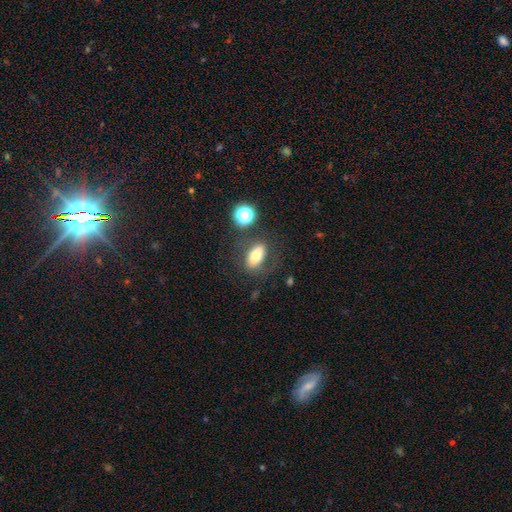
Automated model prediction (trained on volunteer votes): A smooth galaxy with no disk features (66%) that is in between round and cigar-shaped (80%).

Vote fractions:
- Smooth or featured? smooth: 66% / featured or disk: 23% / star or artifact: 11%
- How rounded? in between: 80% / round: 11% / cigar-shaped: 9%
- Merging? none: 68% / minor disturbance: 16% / major disturbance: 10% / merger: 6%